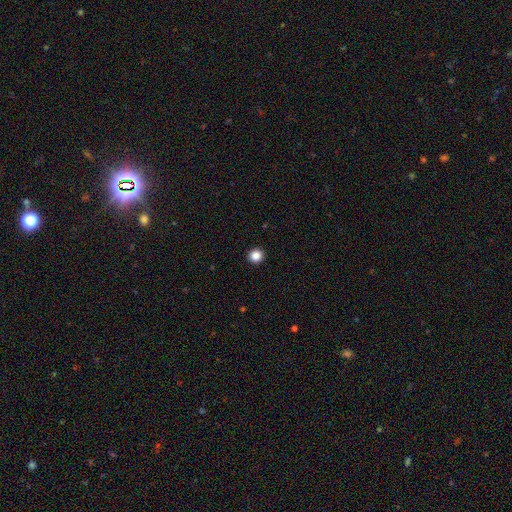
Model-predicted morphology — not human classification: smooth_or_featured: smooth (p=0.86) [alt: star or artifact p=0.11]
how_rounded: round (p=0.91) [alt: in between p=0.08]
merging: none (p=0.94) [alt: minor disturbance p=0.04]